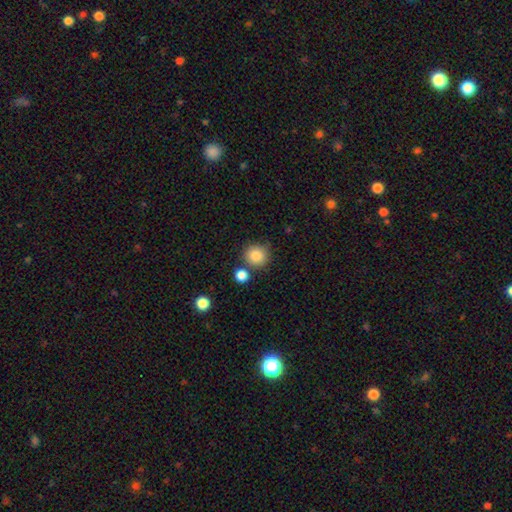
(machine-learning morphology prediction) smooth 85%, star or artifact 10%, featured or disk 6%. Down the decision tree: how rounded — round (92%); merging — none (74%).